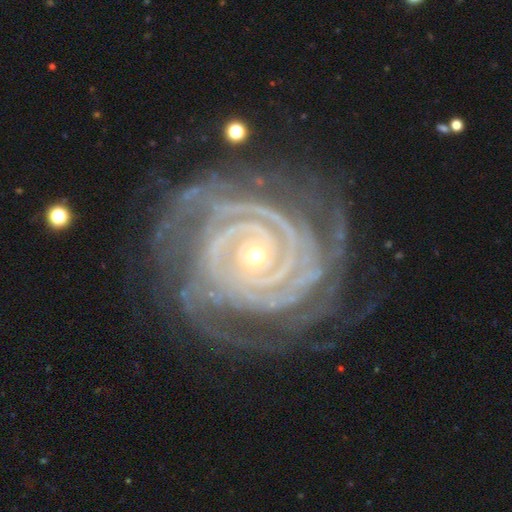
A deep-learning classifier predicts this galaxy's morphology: The model was most divided on "spiral arm count": 2: 22%, 4: 19%, more than 4: 18%, 3: 18%, can't tell: 15%, 1: 8%. More confident: spiral arms — yes (99%); edge-on disk — no (98%); smooth or featured — featured or disk (92%); spiral winding — tight (89%); bulge size — small (77%); merging — none (75%); bar — no (71%).